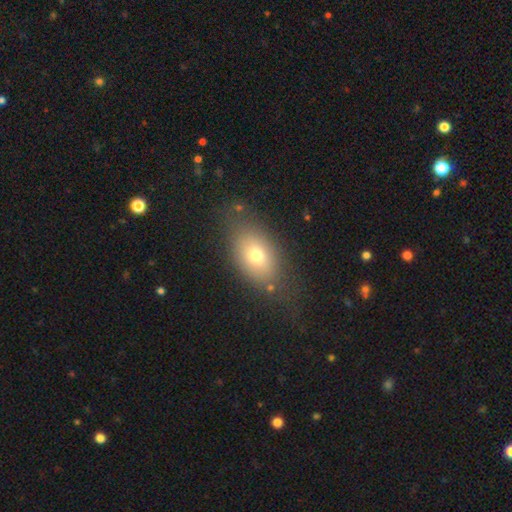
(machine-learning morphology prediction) A smooth galaxy with no disk features (72%) that is in between round and cigar-shaped (83%). Merging: none (70%).